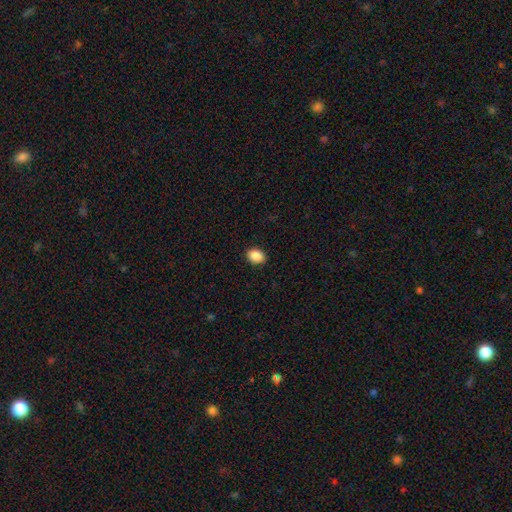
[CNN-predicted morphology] The model was most divided on "how rounded": in between: 66%, round: 33%, cigar-shaped: 1%. More confident: merging — none (91%); smooth or featured — smooth (89%).